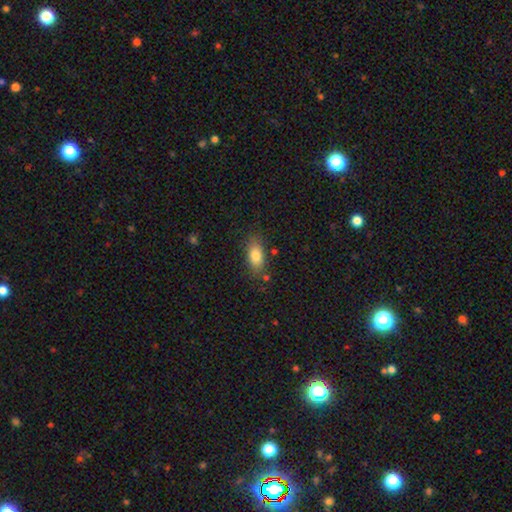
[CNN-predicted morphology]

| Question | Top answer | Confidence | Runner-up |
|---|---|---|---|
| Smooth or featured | smooth | 81% | featured or disk (11%) |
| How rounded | in between | 86% | cigar-shaped (9%) |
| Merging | none | 77% | minor disturbance (15%) |